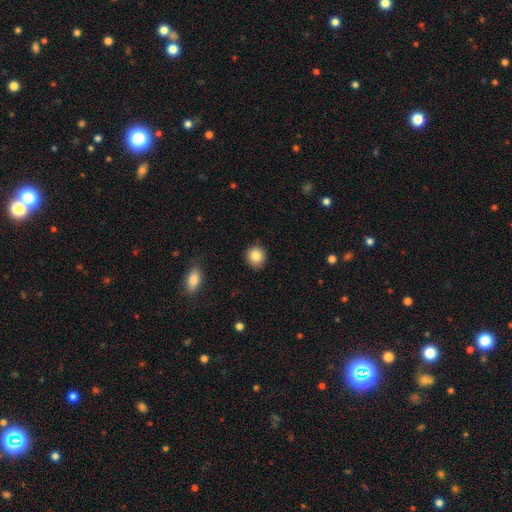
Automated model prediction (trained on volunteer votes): The model was most divided on "how rounded": round: 87%, in between: 12%, cigar-shaped: 1%. More confident: merging — none (89%); smooth or featured — smooth (85%).